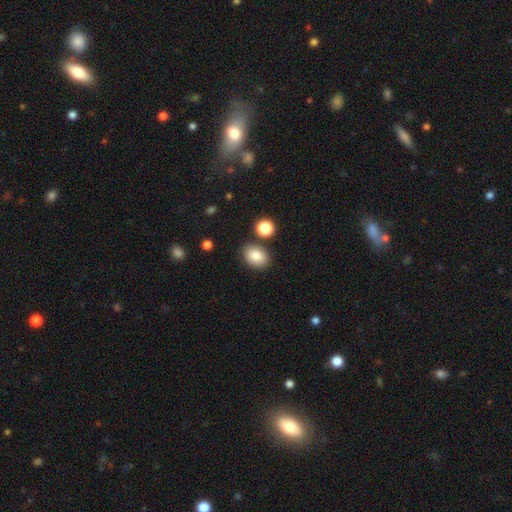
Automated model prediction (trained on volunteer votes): The model was most divided on "how rounded": in between: 73%, round: 26%, cigar-shaped: 1%. More confident: smooth or featured — smooth (85%); merging — none (81%).